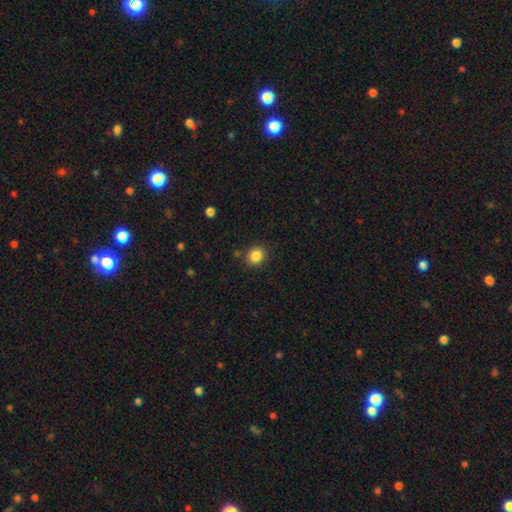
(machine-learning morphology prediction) A smooth galaxy with no disk features (85%) that is round (79%). Merging: none (86%).